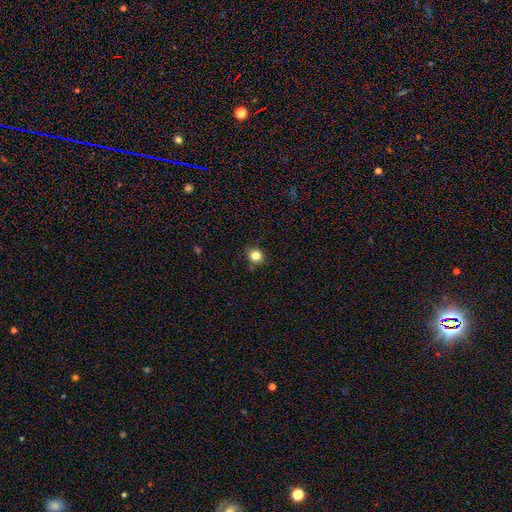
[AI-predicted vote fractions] smooth 82%, star or artifact 12%, featured or disk 6%. Down the decision tree: how rounded — round (80%); merging — none (81%).